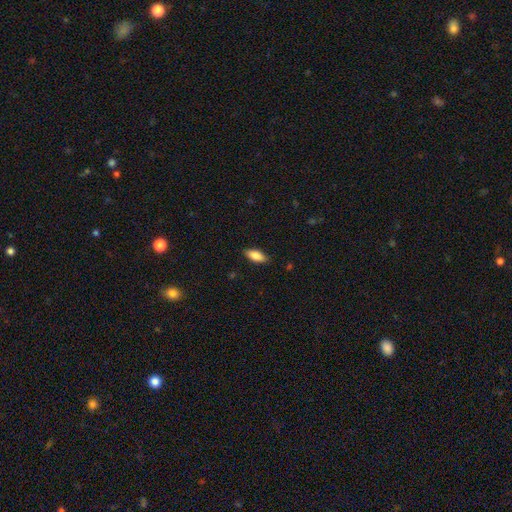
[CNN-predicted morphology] type=smooth (84%); roundness=in between (81%); merging=none (87%).